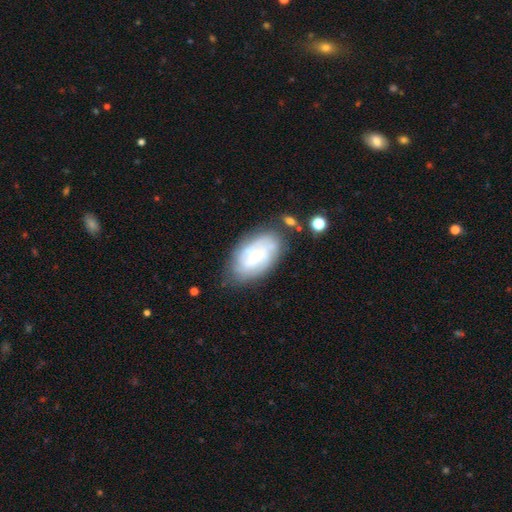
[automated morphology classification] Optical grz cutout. It shows a featured or disk galaxy (70%) with no bar (58%), tight (58%) spiral arms (86%) and a small central bulge (60%). Merging: none (68%).